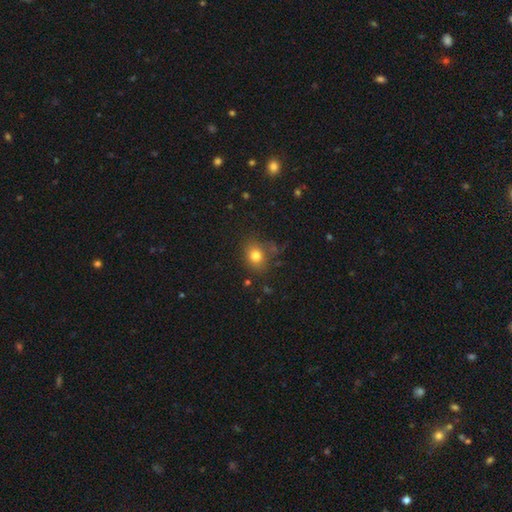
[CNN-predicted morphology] smooth_or_featured: smooth (p=0.79) [alt: star or artifact p=0.13]
how_rounded: round (p=0.64) [alt: in between p=0.35]
merging: none (p=0.73) [alt: minor disturbance p=0.16]